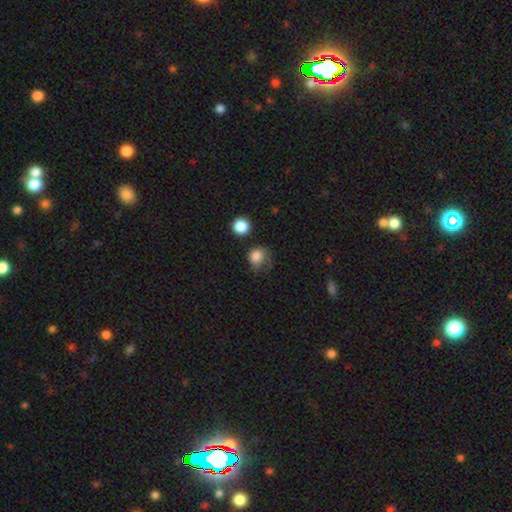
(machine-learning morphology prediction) smooth 79%, star or artifact 11%, featured or disk 10%. Down the decision tree: how rounded — round (72%); merging — none (37%).